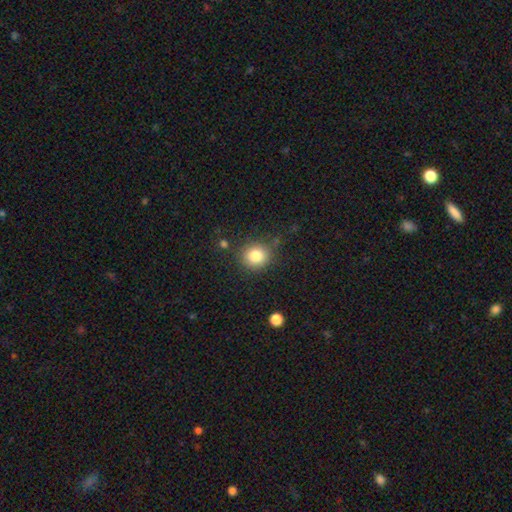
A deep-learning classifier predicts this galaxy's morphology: type=smooth (83%); roundness=round (87%); merging=none (81%).